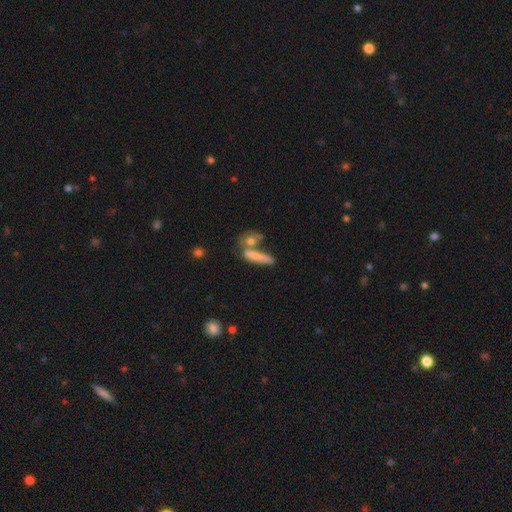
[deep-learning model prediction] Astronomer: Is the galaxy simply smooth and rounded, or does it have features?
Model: smooth — 66%.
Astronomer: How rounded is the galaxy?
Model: cigar-shaped — 72%.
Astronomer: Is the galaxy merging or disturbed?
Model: none — 45% (runner-up: merger, 33%).